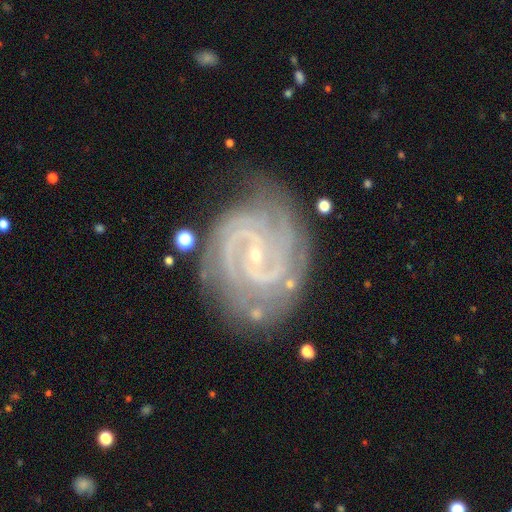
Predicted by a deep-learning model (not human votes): This appears to be a featured or disk galaxy (92%) with a weak bar (41%), 2 (55%) tight (64%) spiral arms (99%) and a small central bulge (86%). Merging: none (73%).